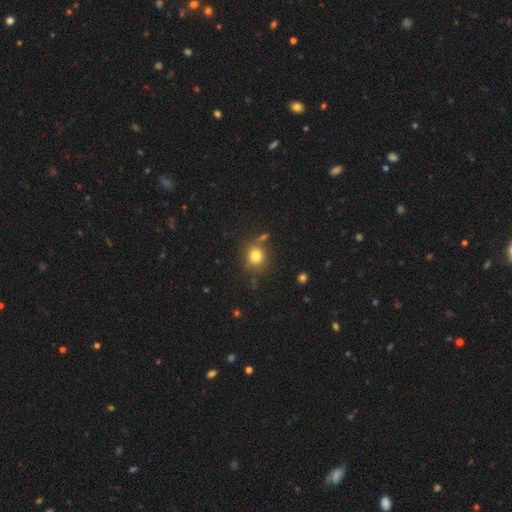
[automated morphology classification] Smooth or featured?
  - smooth: 80% *
  - star or artifact: 13%
  - featured or disk: 8%
How rounded?
  - round: 80% *
  - in between: 19%
  - cigar-shaped: 1%
Merging?
  - none: 73% *
  - minor disturbance: 13%
  - merger: 10%
  - major disturbance: 4%